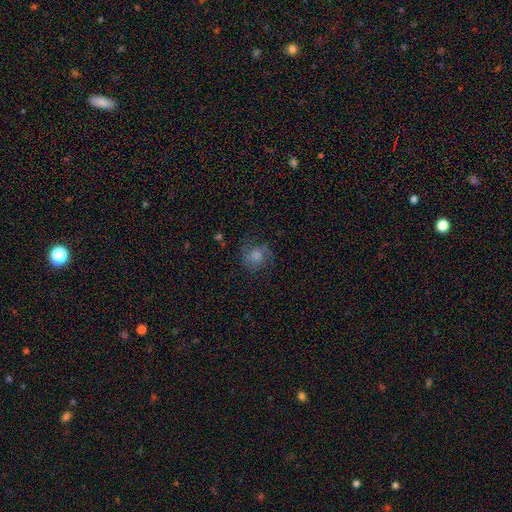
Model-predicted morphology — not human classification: This appears to be a smooth galaxy with no disk features (63%) that is round (81%). Merging: none (62%).